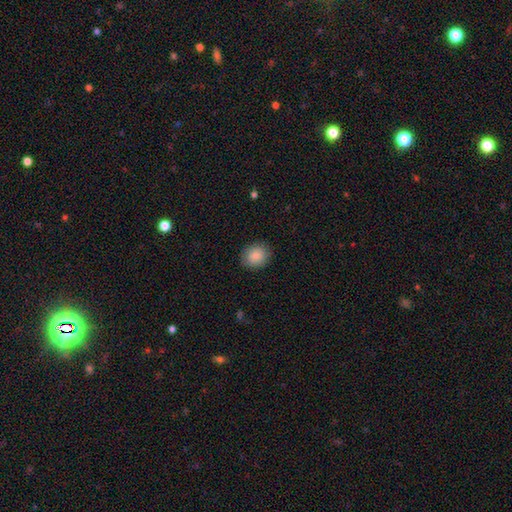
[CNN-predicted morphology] The model was most divided on "how rounded": round: 64%, in between: 35%, cigar-shaped: 1%. More confident: merging — none (87%); smooth or featured — smooth (86%).